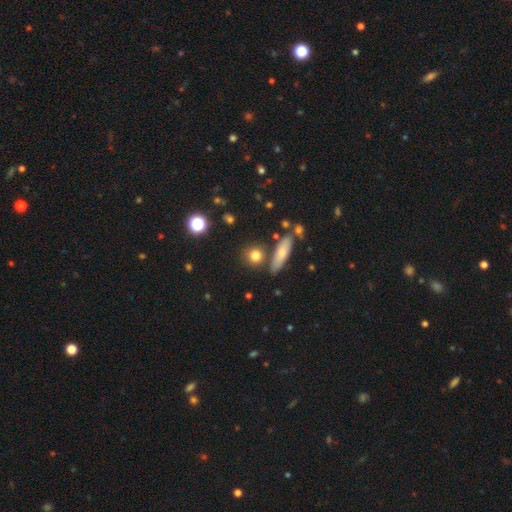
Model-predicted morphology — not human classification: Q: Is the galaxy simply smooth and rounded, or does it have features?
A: smooth — 78%.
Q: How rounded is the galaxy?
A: round — 77%.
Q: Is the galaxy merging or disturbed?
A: none — 77%.